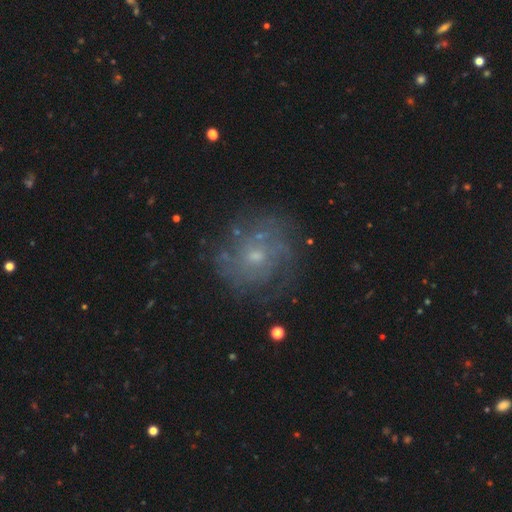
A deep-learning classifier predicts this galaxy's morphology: featured or disk 67%, smooth 20%, star or artifact 13%. Down the decision tree: edge-on disk — no (97%); bar — no (77%); spiral arms — yes (77%); spiral arm count — can't tell (50%); spiral winding — tight (50%); bulge size — small (63%); merging — none (73%).